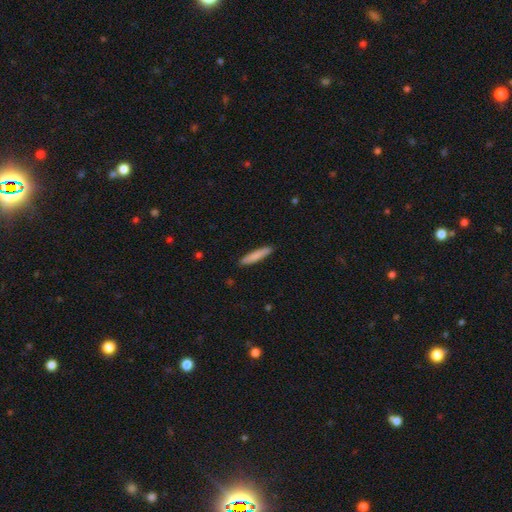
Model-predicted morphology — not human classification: smooth_or_featured: smooth (p=0.81) [alt: featured or disk p=0.14]
how_rounded: cigar-shaped (p=0.91) [alt: in between p=0.08]
merging: none (p=0.89) [alt: minor disturbance p=0.08]